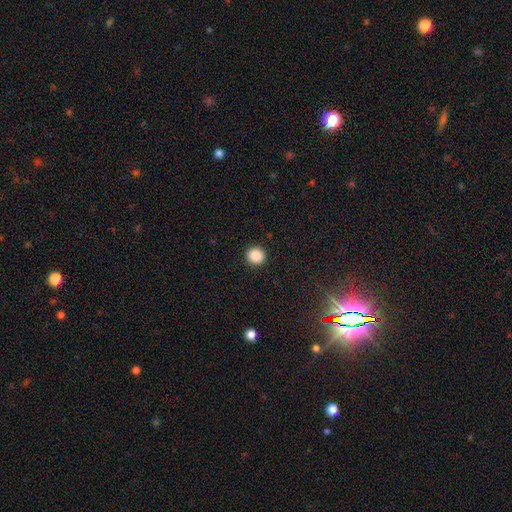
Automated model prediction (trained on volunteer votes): Smooth or featured?
  - smooth: 88% *
  - star or artifact: 10%
  - featured or disk: 2%
How rounded?
  - round: 94% *
  - in between: 5%
  - cigar-shaped: 1%
Merging?
  - none: 92% *
  - minor disturbance: 5%
  - major disturbance: 2%
  - merger: 1%